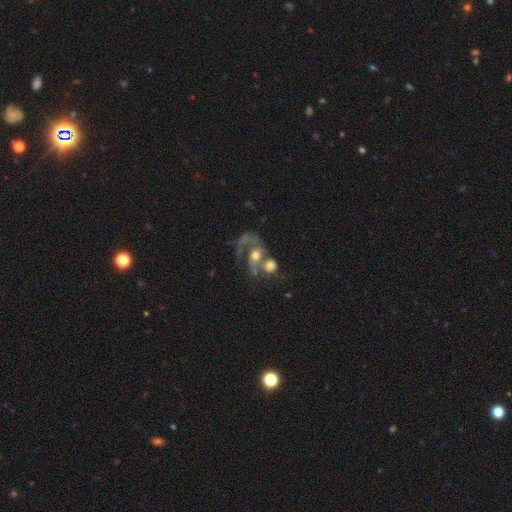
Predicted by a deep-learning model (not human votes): Smooth or featured: featured or disk — 63% (smooth — 27%)
Edge-on disk: no — 97% (yes — 3%)
Bar: no — 72% (weak — 21%)
Spiral arms: yes — 70% (no — 30%)
Bulge size: moderate — 58% (small — 18%)
Merging: merger — 54% (major disturbance — 20%)